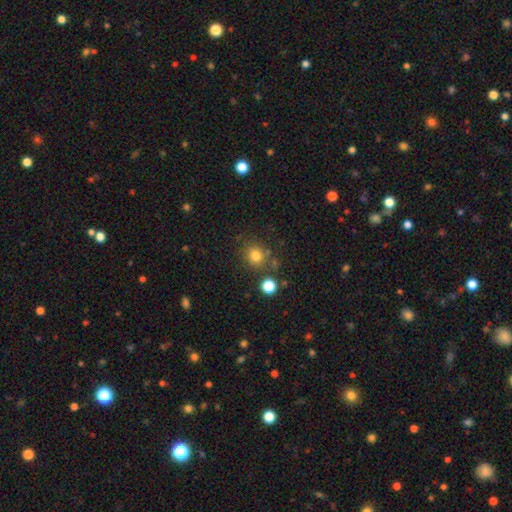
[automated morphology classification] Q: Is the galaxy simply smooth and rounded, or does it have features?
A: smooth — 80%.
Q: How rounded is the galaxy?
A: round — 86%.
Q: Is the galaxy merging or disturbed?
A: none — 76%.